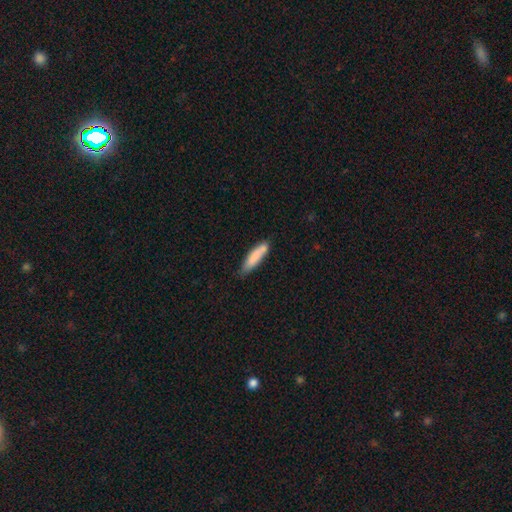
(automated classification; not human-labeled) smooth 82%, featured or disk 12%, star or artifact 6%. Down the decision tree: how rounded — cigar-shaped (74%); merging — none (66%).